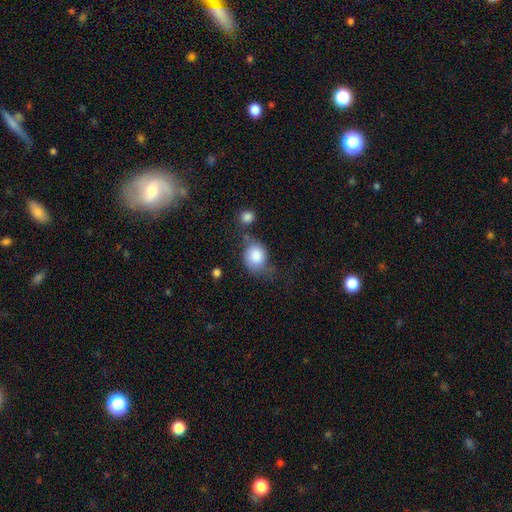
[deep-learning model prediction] smooth-or-featured: smooth: 81% | featured or disk: 12% | star or artifact: 8%
  how-rounded: round: 62% | in between: 37% | cigar-shaped: 1%
  merging: none: 42% | minor disturbance: 29% | major disturbance: 17% | merger: 12%